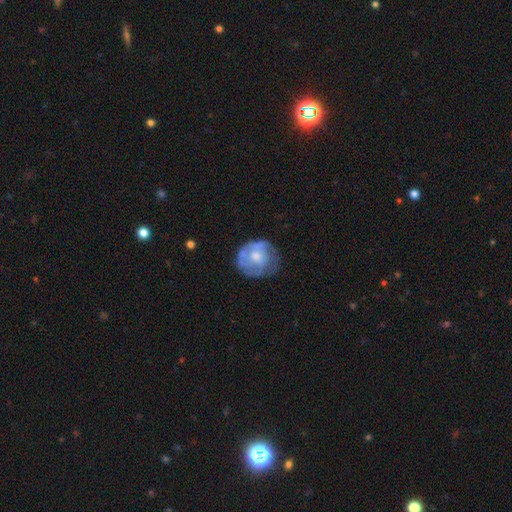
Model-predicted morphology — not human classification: This appears to be a featured or disk galaxy (55%) with no bar (84%), no spiral arms (54%) and a moderate central bulge (54%). Merging: none (61%).